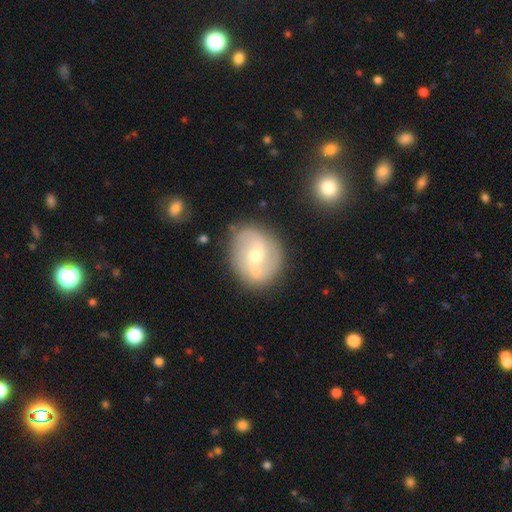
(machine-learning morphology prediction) This is likely a featured or disk galaxy (65%). It is clearly not viewed edge-on (96%). Bar: marginally weak (43%). Spiral arm pattern: likely yes (76%). Central bulge: likely moderate (62%). Merging: likely none (74%).